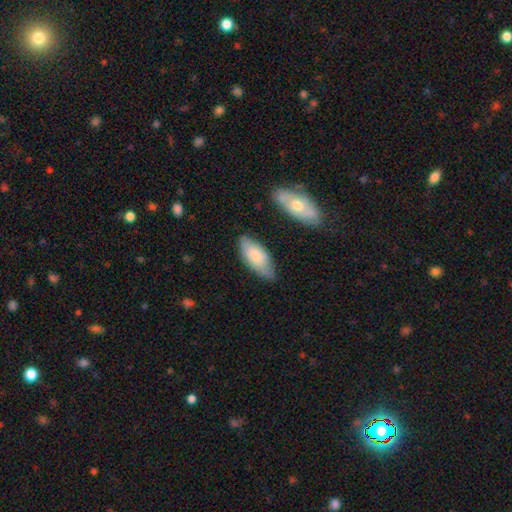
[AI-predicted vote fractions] Overall: smooth (74%). How rounded: in between (86%). Merging: none (74%).